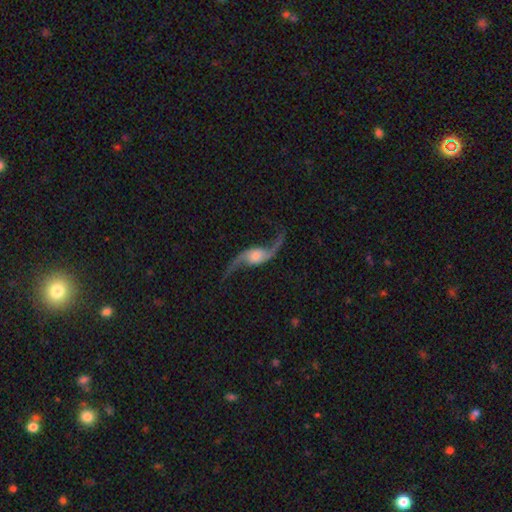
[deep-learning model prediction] Q: Smooth or featured?
A: featured or disk (91%); runner-up: star or artifact (5%)
Q: Edge-on disk?
A: no (92%); runner-up: yes (8%)
Q: Bar?
A: no (60%); runner-up: weak (29%)
Q: Spiral arms?
A: yes (97%); runner-up: no (3%)
Q: Spiral winding?
A: loose (93%); runner-up: medium (6%)
Q: Spiral arm count?
A: 2 (94%); runner-up: 1 (2%)
Q: Bulge size?
A: moderate (36%); runner-up: small (30%)
Q: Merging?
A: none (80%); runner-up: minor disturbance (11%)